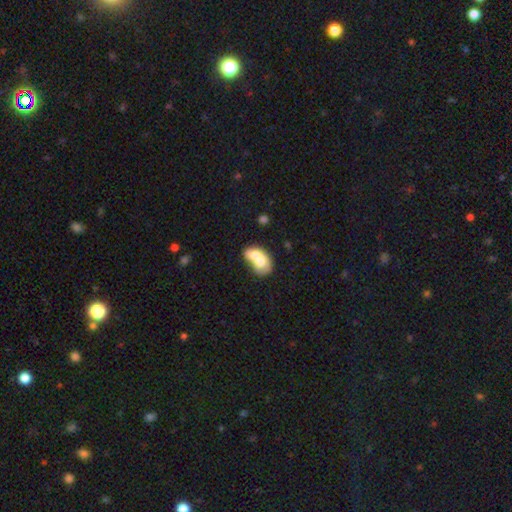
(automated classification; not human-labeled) A smooth galaxy with no disk features (61%) that is in between round and cigar-shaped (75%). Merging: merger (74%).